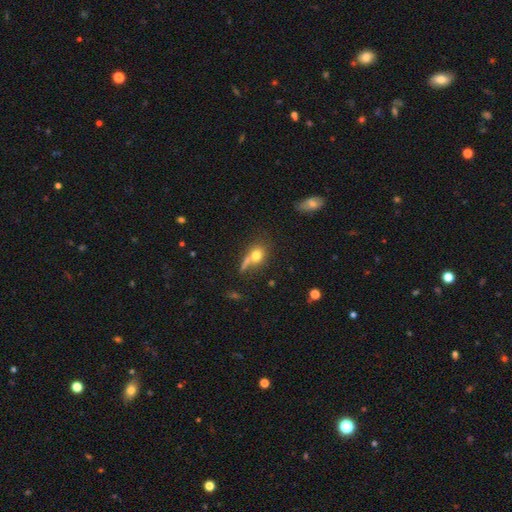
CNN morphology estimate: smooth_or_featured: smooth (p=0.73) [alt: featured or disk p=0.15]
how_rounded: round (p=0.54) [alt: in between p=0.41]
merging: none (p=0.46) [alt: merger p=0.28]